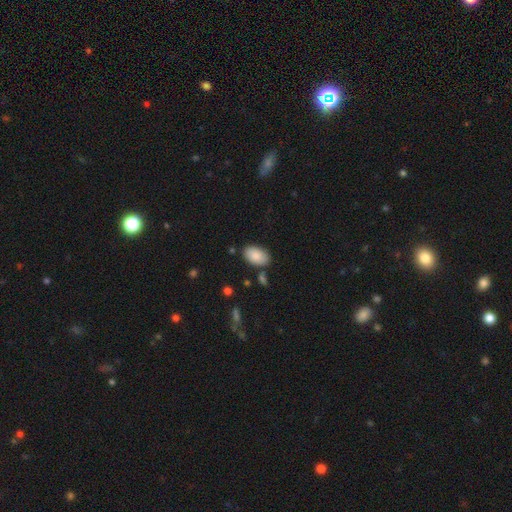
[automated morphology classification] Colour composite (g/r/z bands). It shows a smooth galaxy with no disk features (87%) that is in between round and cigar-shaped (93%). Merging: none (81%).